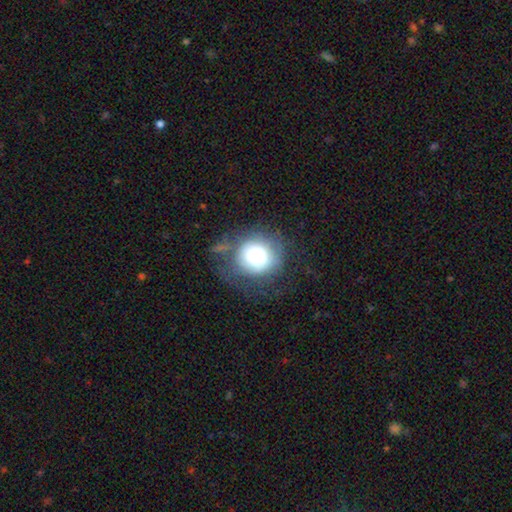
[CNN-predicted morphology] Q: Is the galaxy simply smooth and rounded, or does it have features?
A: smooth — 66%.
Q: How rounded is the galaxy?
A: round — 88%.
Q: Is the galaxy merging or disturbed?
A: none — 54%.